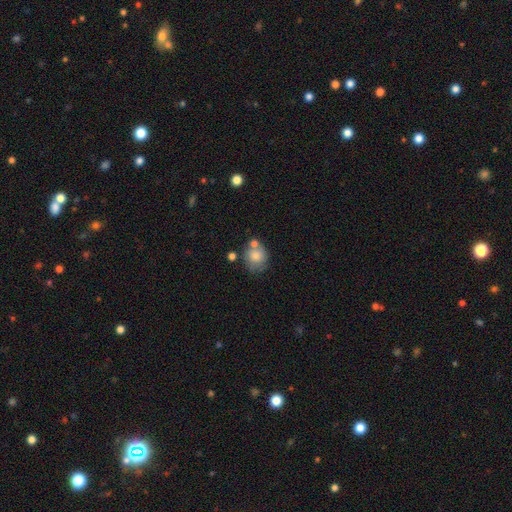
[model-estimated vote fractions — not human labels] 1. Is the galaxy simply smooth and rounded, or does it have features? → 76% smooth, 16% featured or disk, 9% star or artifact.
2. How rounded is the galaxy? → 70% round, 30% in between, 1% cigar-shaped.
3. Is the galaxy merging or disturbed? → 48% none, 25% merger, 19% minor disturbance, 7% major disturbance.